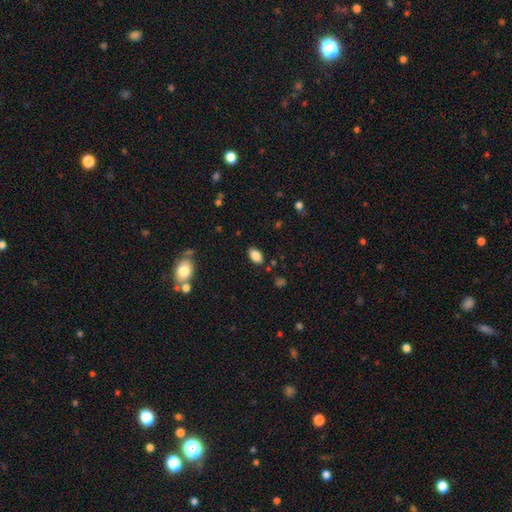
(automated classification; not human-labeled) smooth-or-featured: smooth: 86% | star or artifact: 8% | featured or disk: 5%
  how-rounded: in between: 92% | round: 6% | cigar-shaped: 2%
  merging: none: 85% | minor disturbance: 11% | major disturbance: 3% | merger: 2%